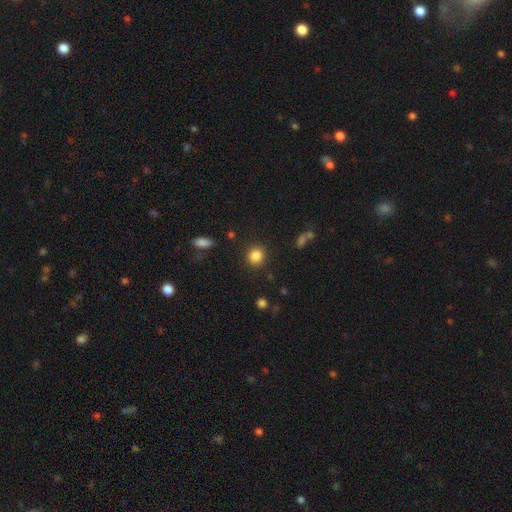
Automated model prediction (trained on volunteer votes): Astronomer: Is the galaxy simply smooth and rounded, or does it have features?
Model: smooth — 85%.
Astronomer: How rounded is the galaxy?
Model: round — 83%.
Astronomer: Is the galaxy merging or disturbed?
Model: none — 89%.